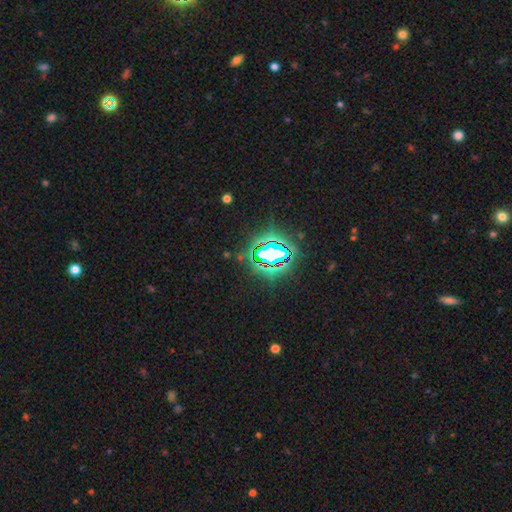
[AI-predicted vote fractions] smooth-or-featured: star or artifact: 84% | smooth: 10% | featured or disk: 7%